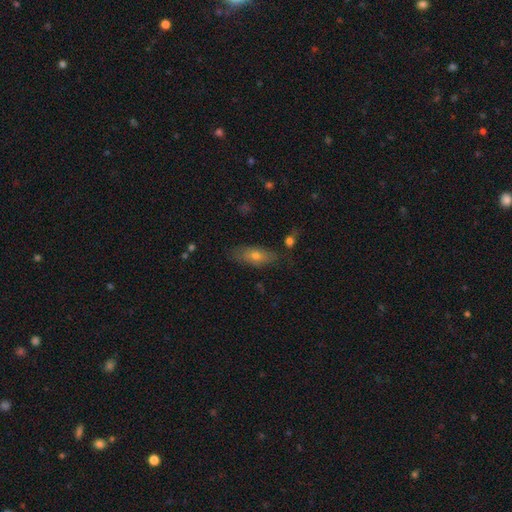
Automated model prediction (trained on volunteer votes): Q: Smooth or featured?
A: smooth (59%); runner-up: featured or disk (31%)
Q: How rounded?
A: in between (71%); runner-up: cigar-shaped (24%)
Q: Merging?
A: none (74%); runner-up: minor disturbance (17%)